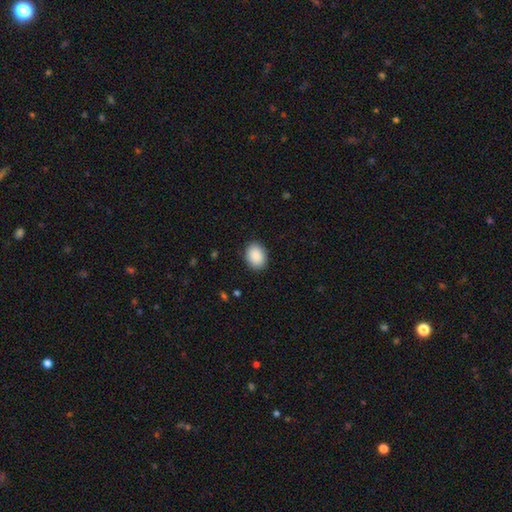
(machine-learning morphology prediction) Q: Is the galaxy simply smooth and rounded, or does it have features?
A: smooth — 90%.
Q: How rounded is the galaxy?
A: in between — 66%.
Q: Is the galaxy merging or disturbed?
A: none — 90%.